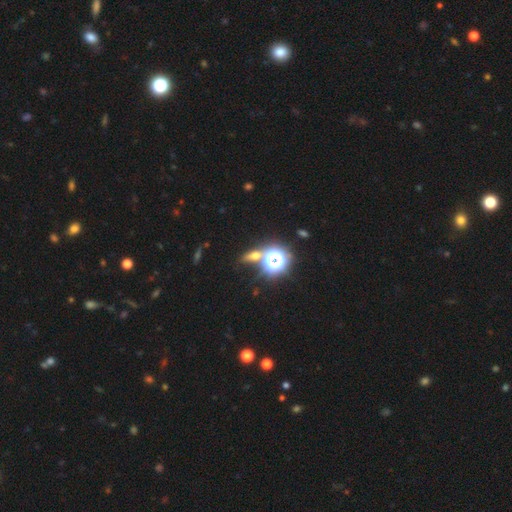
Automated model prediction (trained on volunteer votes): This is marginally a star or artifact rather than a galaxy (43%).